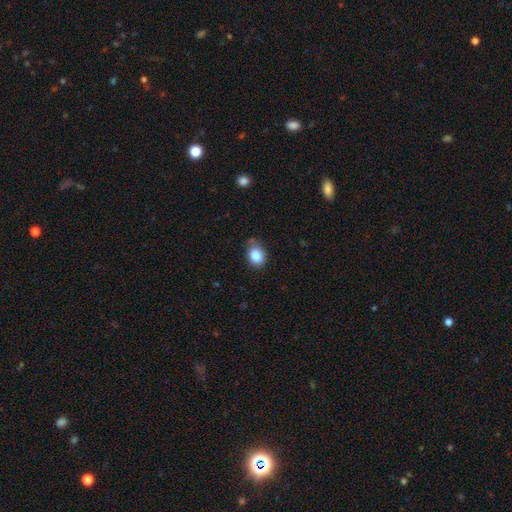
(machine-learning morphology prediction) This is clearly a smooth galaxy (83%). How rounded: possibly in between (57%). Merging: likely none (68%).